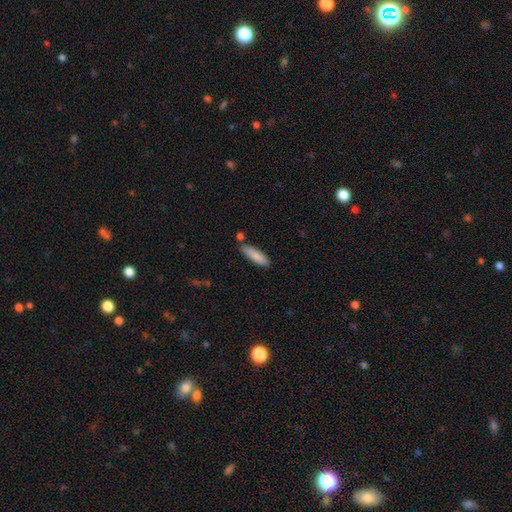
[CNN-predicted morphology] smooth 86%, featured or disk 8%, star or artifact 6%. Down the decision tree: how rounded — cigar-shaped (63%); merging — none (79%).